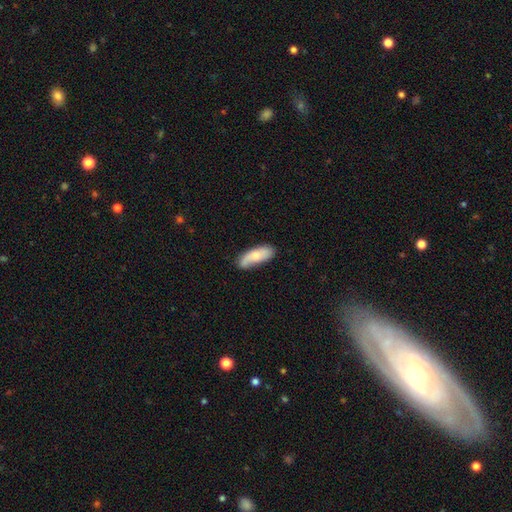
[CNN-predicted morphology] This appears to be a smooth galaxy with no disk features (68%) that is in between round and cigar-shaped (74%). Merging: none (61%).